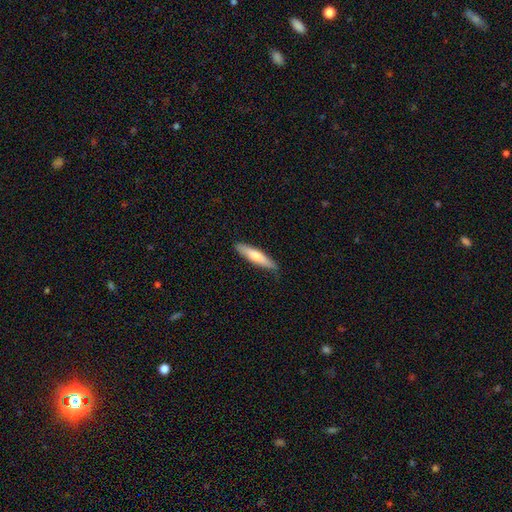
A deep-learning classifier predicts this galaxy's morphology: A smooth galaxy with no disk features (65%) that is cigar-shaped (84%).

Vote fractions:
- Smooth or featured? smooth: 65% / featured or disk: 30% / star or artifact: 5%
- How rounded? cigar-shaped: 84% / in between: 14% / round: 1%
- Merging? none: 84% / minor disturbance: 13% / major disturbance: 2% / merger: 1%